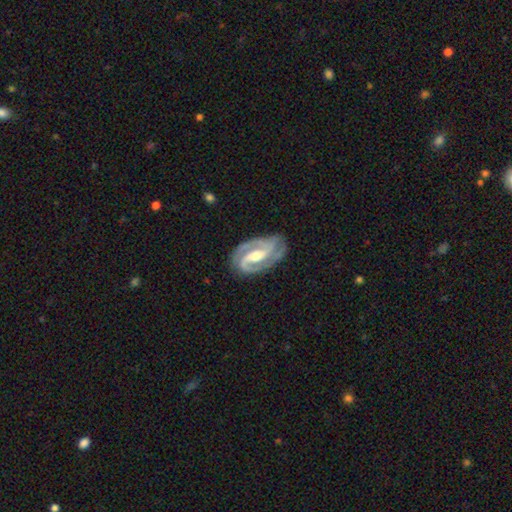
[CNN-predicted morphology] featured or disk 92%, smooth 4%, star or artifact 4%. Down the decision tree: edge-on disk — no (97%); bar — strong (43%); spiral arms — yes (98%); spiral arm count — 2 (89%); spiral winding — medium (48%); bulge size — moderate (65%); merging — none (81%).